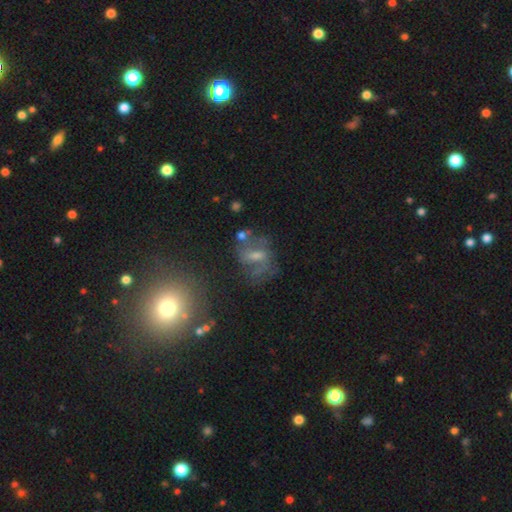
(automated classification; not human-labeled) smooth-or-featured: featured or disk: 56% | smooth: 25% | star or artifact: 19%
  disk-edge-on: no: 95% | yes: 5%
    bar: weak: 47% | no: 30% | strong: 23%
    has-spiral-arms: yes: 63% | no: 37%
    bulge-size: small: 42% | moderate: 37% | none: 16% | large: 4% | dominant: 1%
  merging: none: 54% | major disturbance: 20% | minor disturbance: 19% | merger: 7%